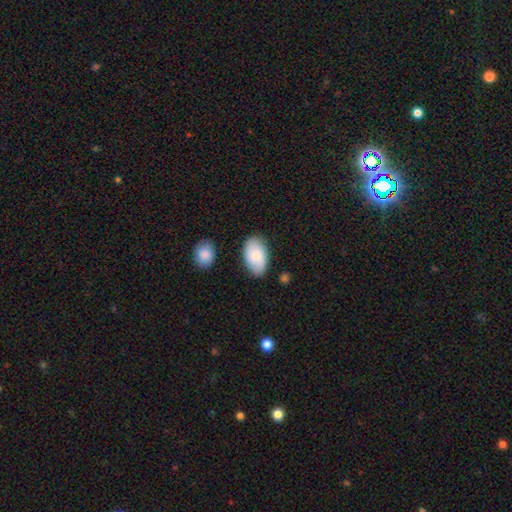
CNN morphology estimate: The model was most divided on "merging": none: 78%, minor disturbance: 16%, merger: 4%, major disturbance: 3%. More confident: how rounded — in between (94%); smooth or featured — smooth (79%).